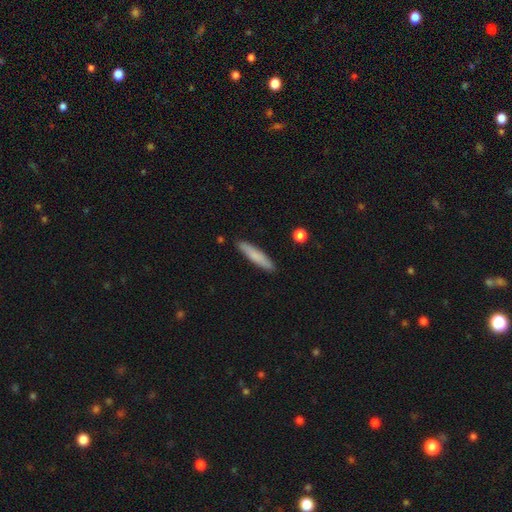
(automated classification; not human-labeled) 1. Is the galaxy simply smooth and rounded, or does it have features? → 76% smooth, 18% featured or disk, 6% star or artifact.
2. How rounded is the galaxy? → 89% cigar-shaped, 10% in between, 1% round.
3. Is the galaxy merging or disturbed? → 89% none, 8% minor disturbance, 2% major disturbance, 2% merger.